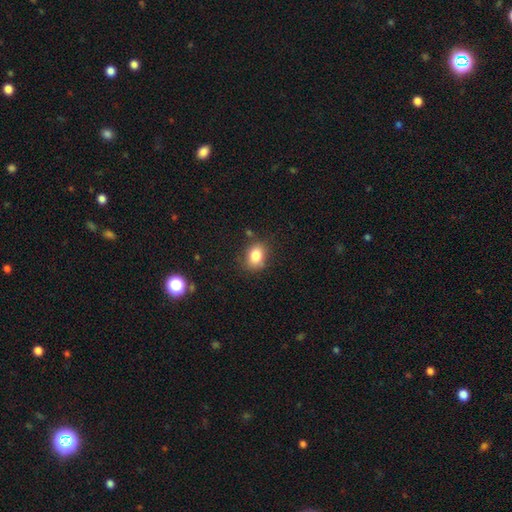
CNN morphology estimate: This appears to be a smooth galaxy with no disk features (82%) that is in between round and cigar-shaped (63%). Merging: none (77%).